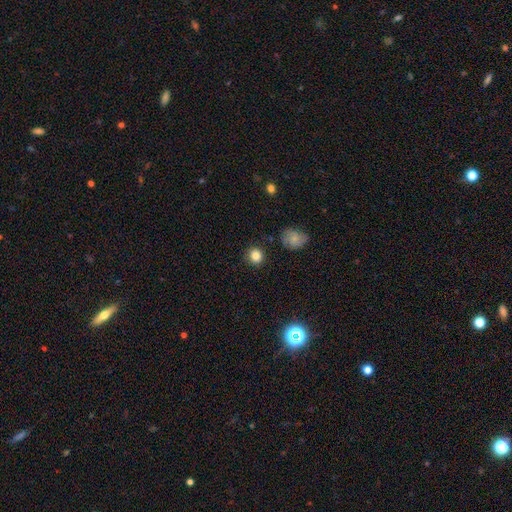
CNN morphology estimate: Smooth or featured?
  - smooth: 84% *
  - star or artifact: 11%
  - featured or disk: 5%
How rounded?
  - round: 85% *
  - in between: 14%
  - cigar-shaped: 1%
Merging?
  - none: 86% *
  - minor disturbance: 9%
  - major disturbance: 3%
  - merger: 2%